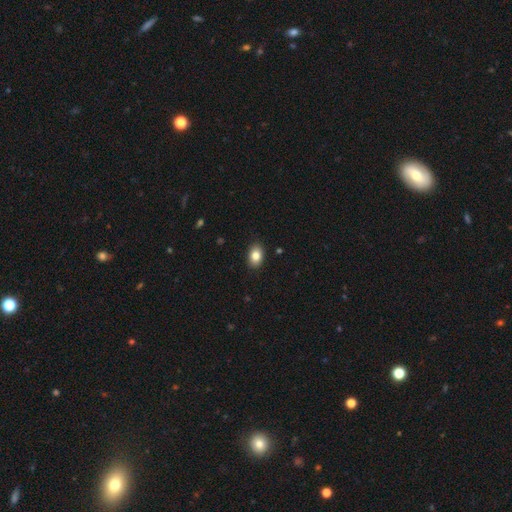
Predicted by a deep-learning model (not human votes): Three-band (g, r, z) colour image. It shows a smooth galaxy with no disk features (84%) that is in between round and cigar-shaped (82%). Merging: none (89%).